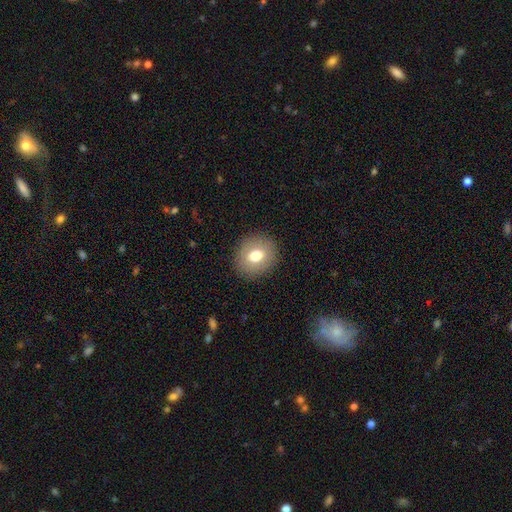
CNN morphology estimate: smooth_or_featured: smooth (p=0.75) [alt: featured or disk p=0.16]
how_rounded: round (p=0.73) [alt: in between p=0.26]
merging: none (p=0.89) [alt: minor disturbance p=0.07]